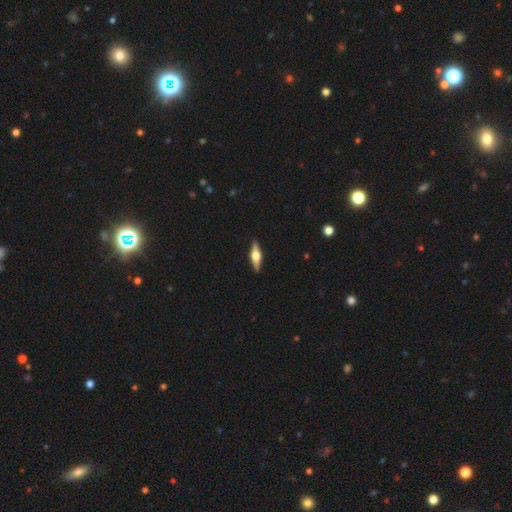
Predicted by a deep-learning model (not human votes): This is likely a featured or disk galaxy (66%). It is clearly viewed edge-on (96%). Edge-on bulge: clearly rounded (93%). Merging: clearly none (91%).